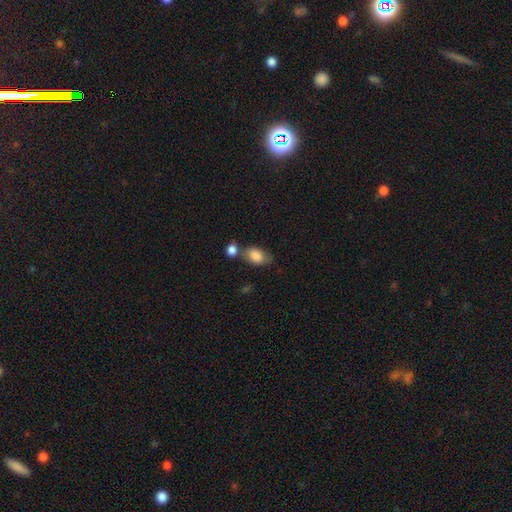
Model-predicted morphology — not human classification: The model was most divided on "merging": none: 50%, merger: 26%, minor disturbance: 18%, major disturbance: 6%. More confident: how rounded — in between (89%); smooth or featured — smooth (85%).